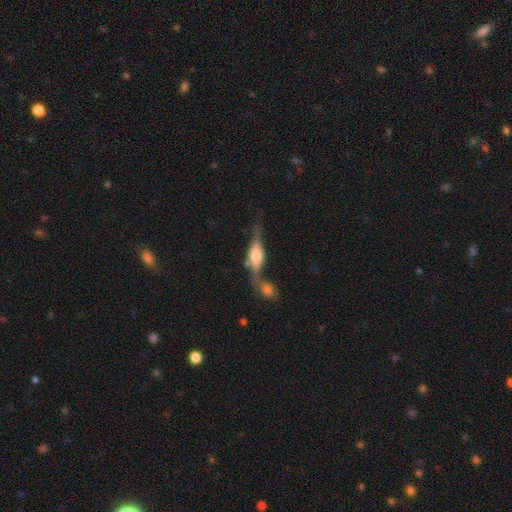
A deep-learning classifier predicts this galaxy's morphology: This appears to be a featured or disk galaxy (60%) viewed edge-on (89%) with a rounded central bulge (79%). Merging: none (45%).